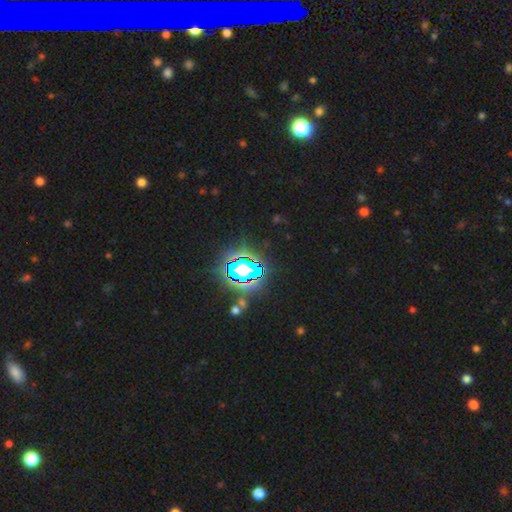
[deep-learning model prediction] Q: Smooth or featured?
A: star or artifact (81%); runner-up: smooth (11%)